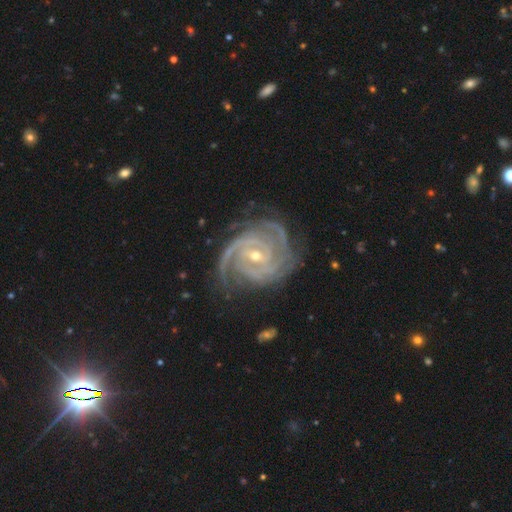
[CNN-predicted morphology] This appears to be a featured or disk galaxy (93%) with a weak bar (43%), 3 (30%) tight (74%) spiral arms (99%) and a small central bulge (57%). Merging: none (72%).